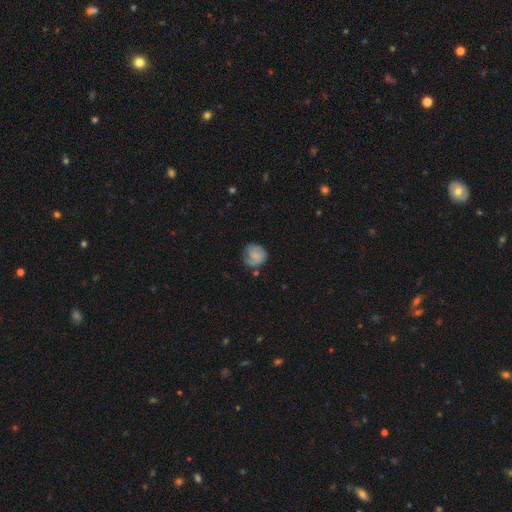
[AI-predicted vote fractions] Overall: smooth (48%; featured or disk 44%). Merging: none (59%; minor disturbance 26%).